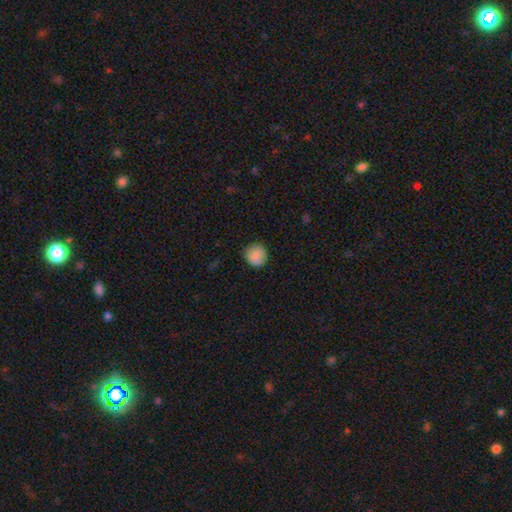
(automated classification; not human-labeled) smooth 88%, star or artifact 8%, featured or disk 4%. Down the decision tree: how rounded — round (90%); merging — none (86%).